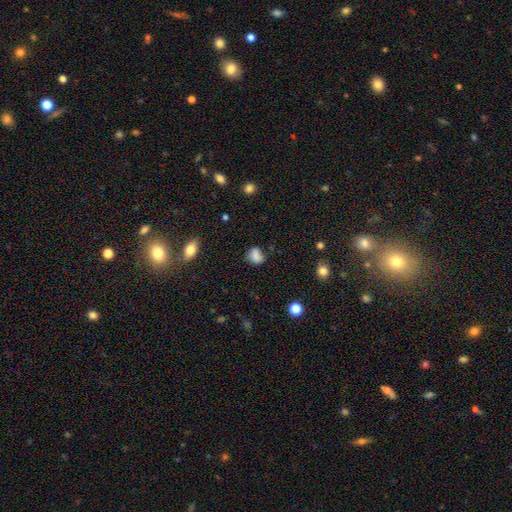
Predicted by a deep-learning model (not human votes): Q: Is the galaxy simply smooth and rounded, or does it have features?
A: smooth — 80%.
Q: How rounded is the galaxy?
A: in between — 57%.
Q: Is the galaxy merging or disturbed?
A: none — 61%.